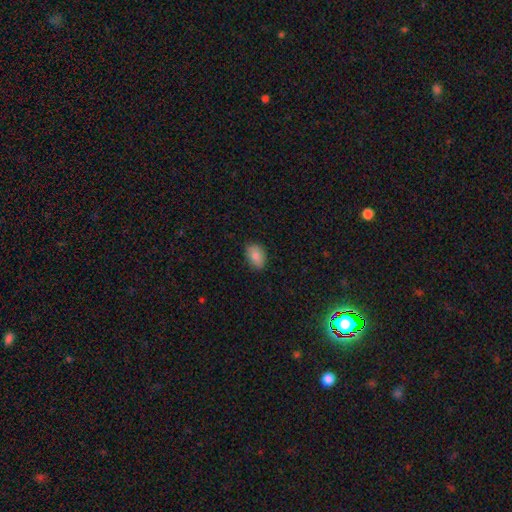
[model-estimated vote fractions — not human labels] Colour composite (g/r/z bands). It shows a smooth galaxy with no disk features (84%) that is in between round and cigar-shaped (82%). Merging: none (82%).